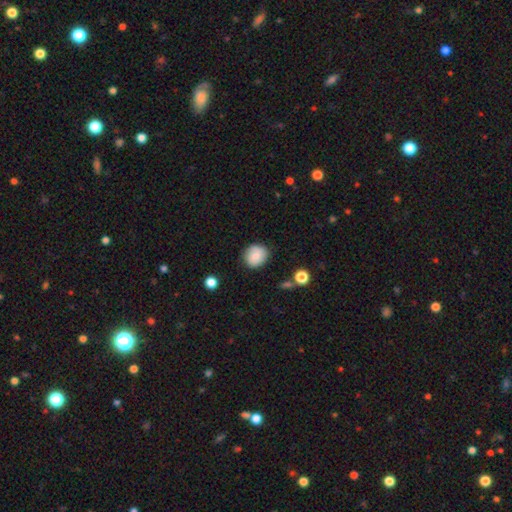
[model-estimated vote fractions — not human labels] smooth 78%, featured or disk 14%, star or artifact 8%. Down the decision tree: how rounded — round (77%); merging — none (79%).